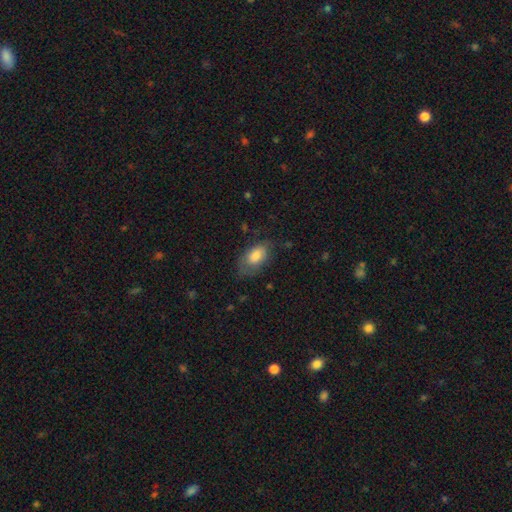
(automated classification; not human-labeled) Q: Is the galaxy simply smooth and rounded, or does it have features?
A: smooth — 77%.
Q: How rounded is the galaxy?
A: in between — 91%.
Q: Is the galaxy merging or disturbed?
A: none — 60%.